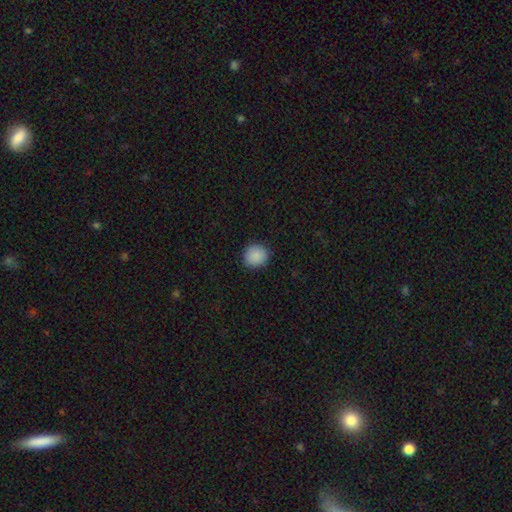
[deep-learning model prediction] Smooth or featured: smooth — 89% (star or artifact — 8%)
How rounded: round — 90% (in between — 9%)
Merging: none — 89% (minor disturbance — 8%)